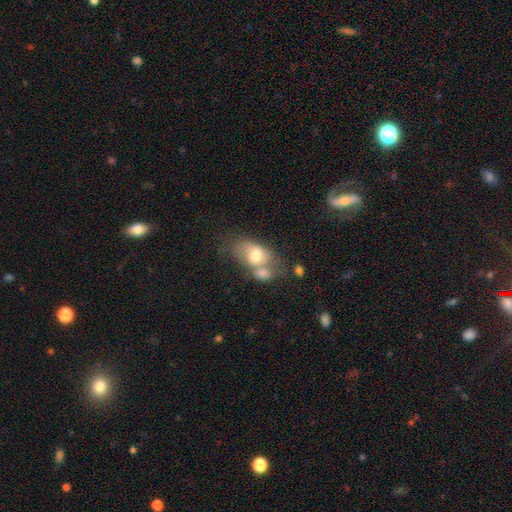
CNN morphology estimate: Smooth or featured? smooth (65%)
How rounded? in between (79%)
Merging? merger (51%)